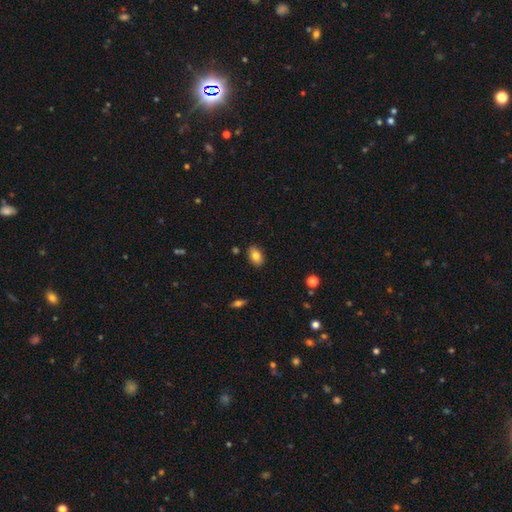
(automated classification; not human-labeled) Smooth or featured?
  - smooth: 81% *
  - featured or disk: 11%
  - star or artifact: 8%
How rounded?
  - in between: 88% *
  - round: 11%
  - cigar-shaped: 2%
Merging?
  - none: 87% *
  - minor disturbance: 10%
  - major disturbance: 2%
  - merger: 2%